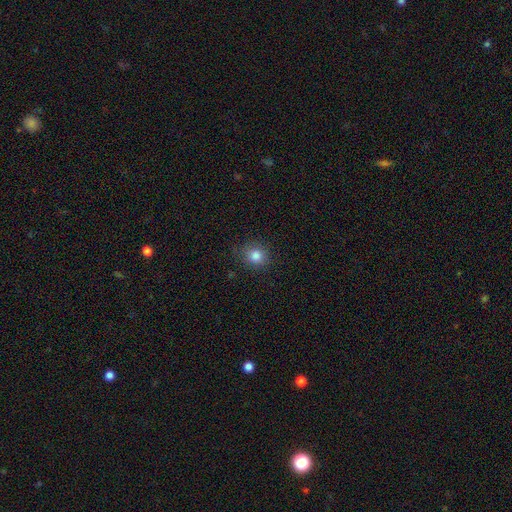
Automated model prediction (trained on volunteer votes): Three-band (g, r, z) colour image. It shows a smooth galaxy with no disk features (83%) that is round (81%). Merging: none (84%).